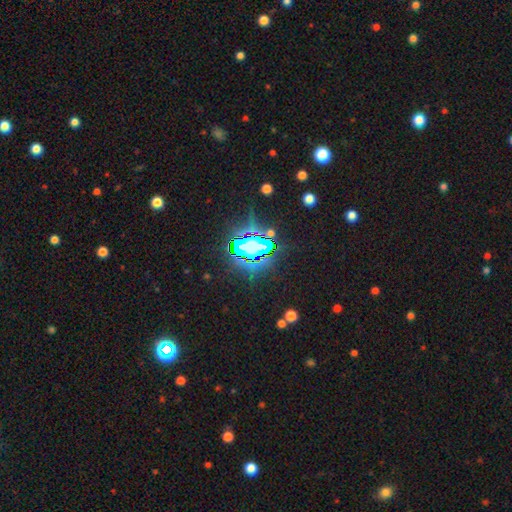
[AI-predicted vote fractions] Q: Smooth or featured?
A: star or artifact (84%); runner-up: smooth (9%)